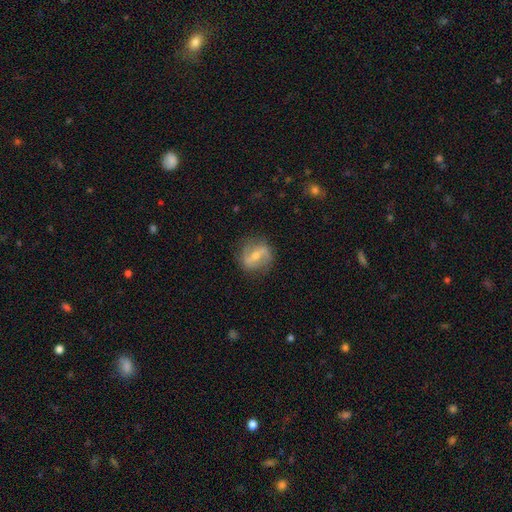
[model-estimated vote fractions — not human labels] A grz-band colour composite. It shows a featured or disk galaxy (67%) with a strong bar (52%), spiral arms (71%) and a moderate central bulge (54%). Merging: none (80%).